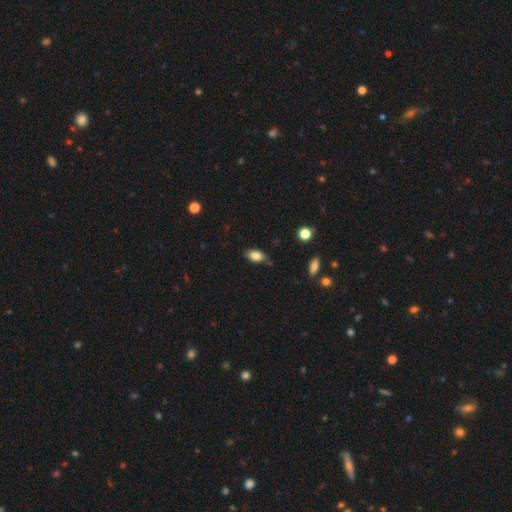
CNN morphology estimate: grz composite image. It shows a smooth galaxy with no disk features (84%) that is in between round and cigar-shaped (90%). Merging: none (71%).